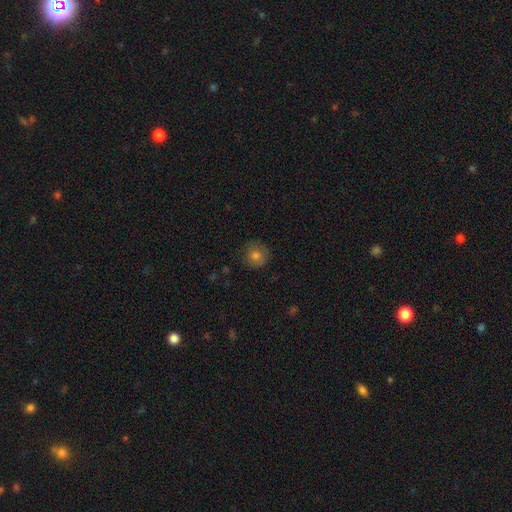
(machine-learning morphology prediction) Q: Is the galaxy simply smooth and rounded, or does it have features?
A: smooth — 76%.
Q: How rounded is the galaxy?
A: round — 93%.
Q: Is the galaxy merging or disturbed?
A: none — 81%.